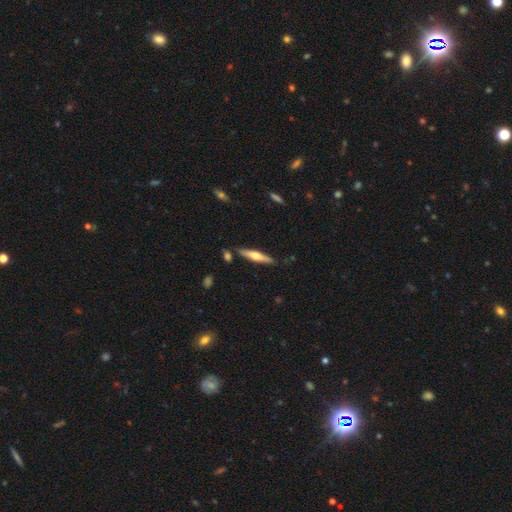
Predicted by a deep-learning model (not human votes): This is possibly a featured or disk galaxy (55%). It is clearly viewed edge-on (95%). Edge-on bulge: clearly rounded (88%). Merging: clearly none (83%).